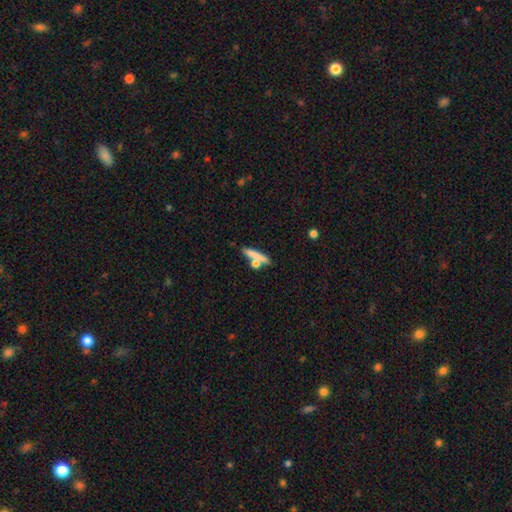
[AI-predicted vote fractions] Overall: smooth (70%). How rounded: cigar-shaped (77%). Merging: none (58%; merger 27%).